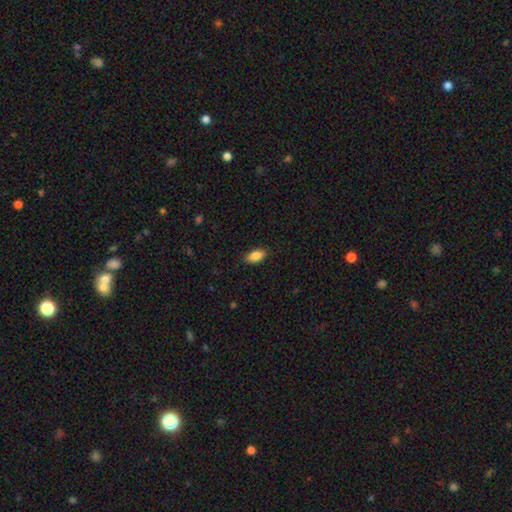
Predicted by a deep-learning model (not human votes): Smooth or featured: smooth — 87% (star or artifact — 7%)
How rounded: in between — 90% (cigar-shaped — 7%)
Merging: none — 87% (minor disturbance — 10%)